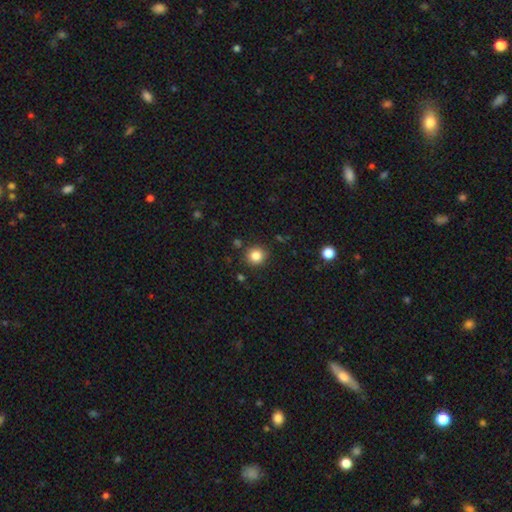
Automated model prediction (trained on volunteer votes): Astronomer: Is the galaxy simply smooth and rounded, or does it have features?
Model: smooth — 84%.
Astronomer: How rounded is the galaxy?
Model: round — 90%.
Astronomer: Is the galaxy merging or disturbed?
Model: none — 88%.